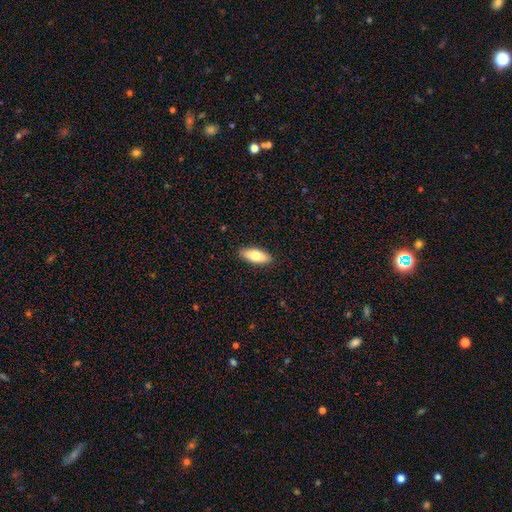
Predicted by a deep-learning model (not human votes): A smooth galaxy with no disk features (77%) that is in between round and cigar-shaped (81%).

Vote fractions:
- Smooth or featured? smooth: 77% / featured or disk: 17% / star or artifact: 6%
- How rounded? in between: 81% / cigar-shaped: 17% / round: 2%
- Merging? none: 89% / minor disturbance: 8% / major disturbance: 2% / merger: 1%